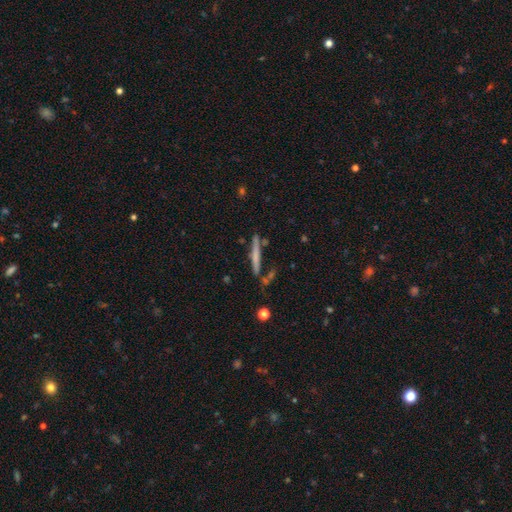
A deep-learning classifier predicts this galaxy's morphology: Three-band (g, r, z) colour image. It shows a smooth galaxy with no disk features (51%) that is cigar-shaped (95%). Merging: none (82%).